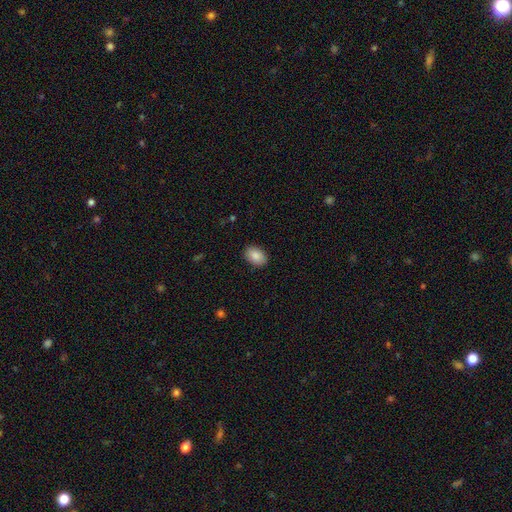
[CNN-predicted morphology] Smooth or featured? Predicted: smooth (p=0.89). How rounded? Predicted: in between (p=0.85). Merging? Predicted: none (p=0.89).